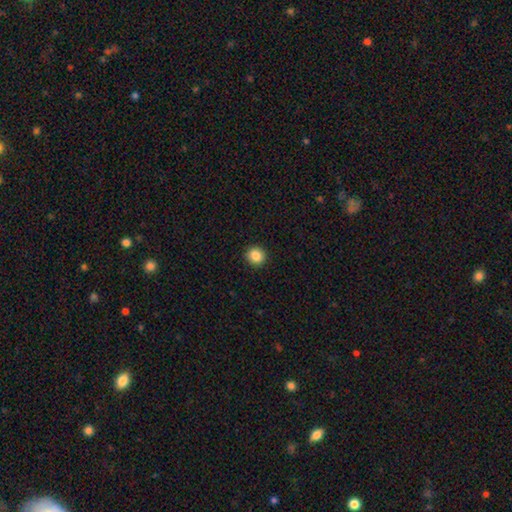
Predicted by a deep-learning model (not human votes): Smooth or featured? Predicted: smooth (p=0.86). How rounded? Predicted: round (p=0.89). Merging? Predicted: none (p=0.93).